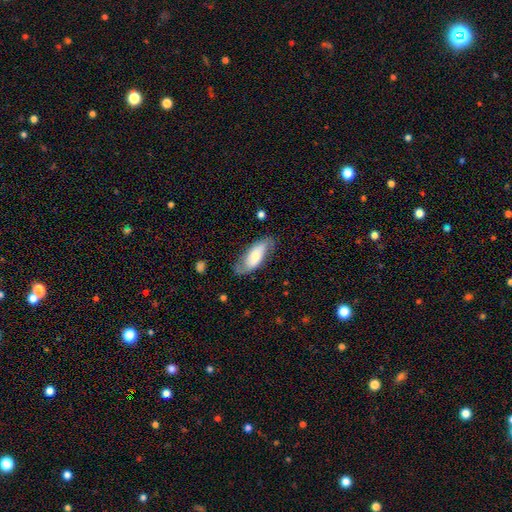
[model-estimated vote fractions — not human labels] smooth_or_featured: smooth (p=0.49) [alt: featured or disk p=0.44]
merging: none (p=0.67) [alt: minor disturbance p=0.23]